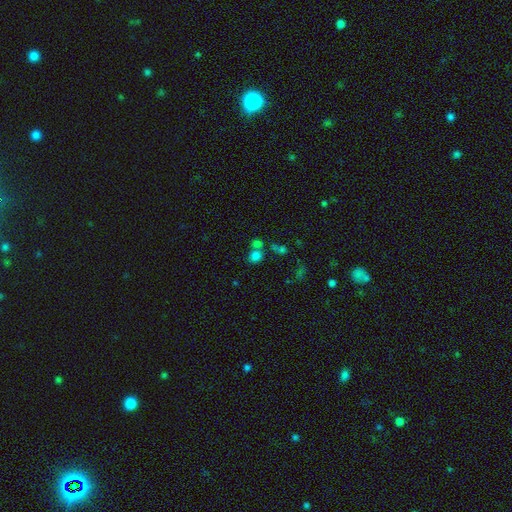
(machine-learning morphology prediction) A smooth galaxy with no disk features (73%) that is round (68%). Merging: none (52%).